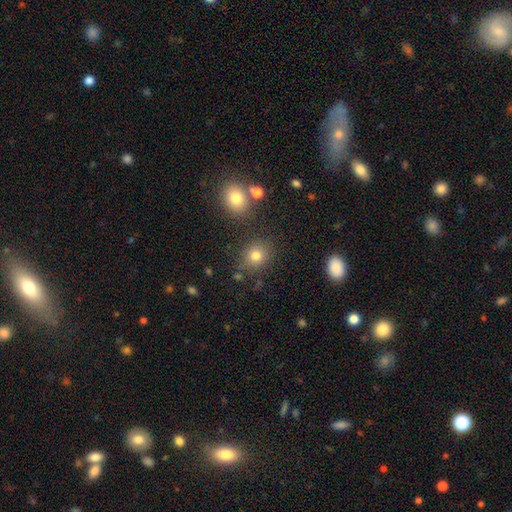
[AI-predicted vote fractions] Smooth or featured?
  - smooth: 78% *
  - star or artifact: 14%
  - featured or disk: 7%
How rounded?
  - round: 75% *
  - in between: 24%
  - cigar-shaped: 1%
Merging?
  - none: 78% *
  - minor disturbance: 11%
  - merger: 6%
  - major disturbance: 4%